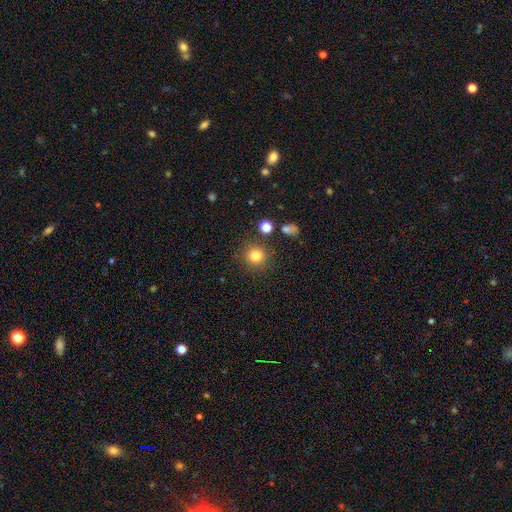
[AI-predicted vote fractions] Overall: smooth (81%). How rounded: round (91%). Merging: none (85%).